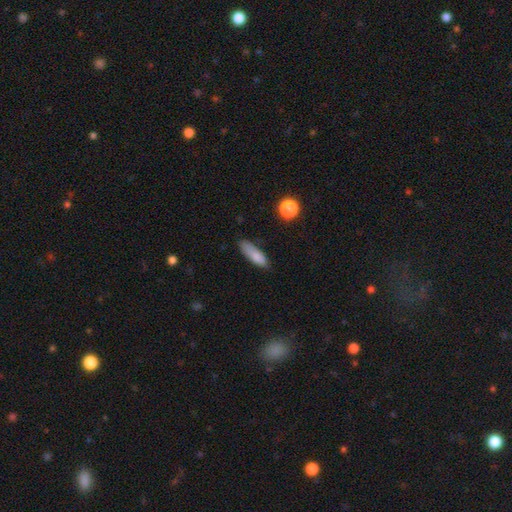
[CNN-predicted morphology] smooth-or-featured: smooth: 82% | featured or disk: 10% | star or artifact: 8%
  how-rounded: cigar-shaped: 49% | in between: 48% | round: 3%
  merging: none: 63% | minor disturbance: 28% | major disturbance: 6% | merger: 3%